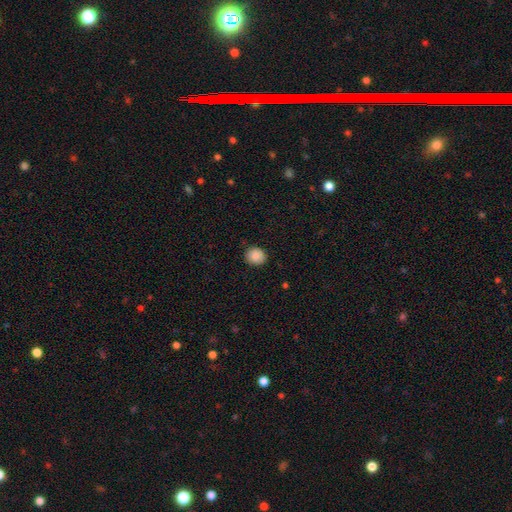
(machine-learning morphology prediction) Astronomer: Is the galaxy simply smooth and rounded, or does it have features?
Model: smooth — 88%.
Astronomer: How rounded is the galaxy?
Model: round — 82%.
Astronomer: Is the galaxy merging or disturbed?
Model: none — 87%.